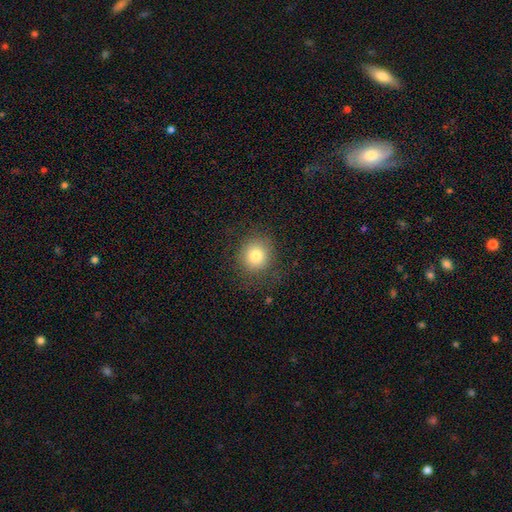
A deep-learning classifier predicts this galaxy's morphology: Smooth or featured: smooth — 79% (star or artifact — 12%)
How rounded: round — 89% (in between — 10%)
Merging: none — 84% (minor disturbance — 10%)